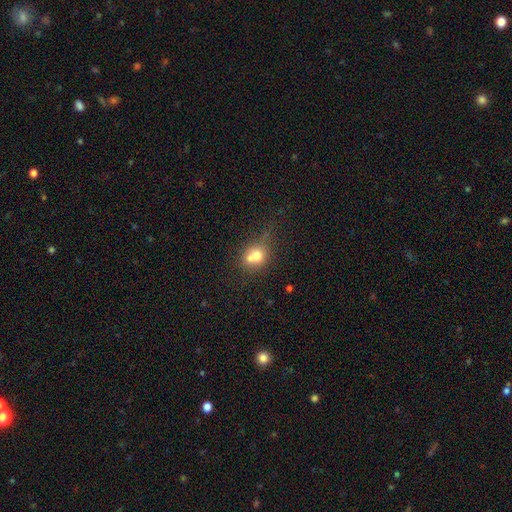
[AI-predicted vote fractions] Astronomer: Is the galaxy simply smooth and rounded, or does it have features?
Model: smooth — 67%.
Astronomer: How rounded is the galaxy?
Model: round — 72%.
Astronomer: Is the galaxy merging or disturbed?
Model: merger — 53% (runner-up: none, 32%).